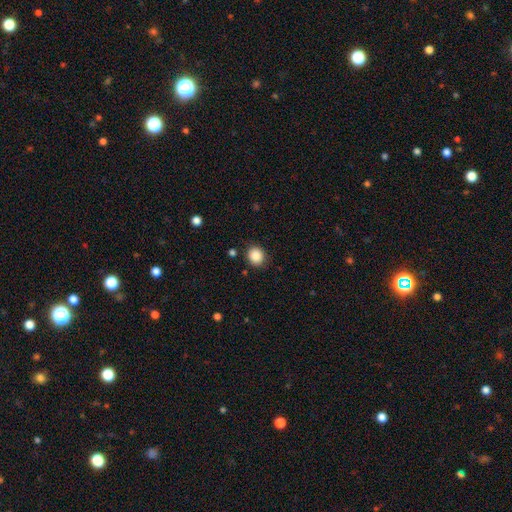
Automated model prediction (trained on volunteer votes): A smooth galaxy with no disk features (87%) that is round (81%).

Vote fractions:
- Smooth or featured? smooth: 87% / star or artifact: 9% / featured or disk: 4%
- How rounded? round: 81% / in between: 19% / cigar-shaped: 1%
- Merging? none: 85% / minor disturbance: 10% / major disturbance: 3% / merger: 2%